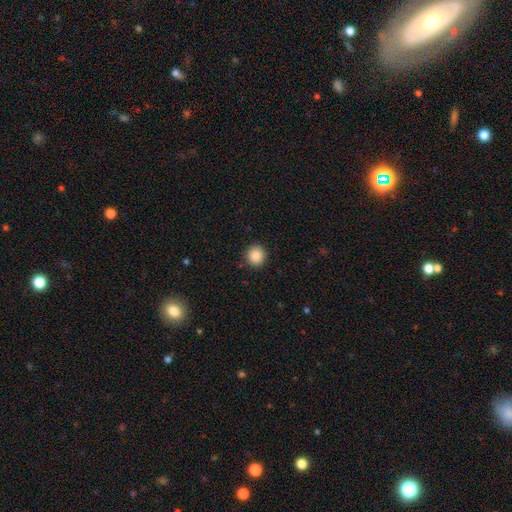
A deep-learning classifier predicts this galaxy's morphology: Smooth or featured: smooth — 88% (star or artifact — 9%)
How rounded: round — 94% (in between — 5%)
Merging: none — 91% (minor disturbance — 6%)